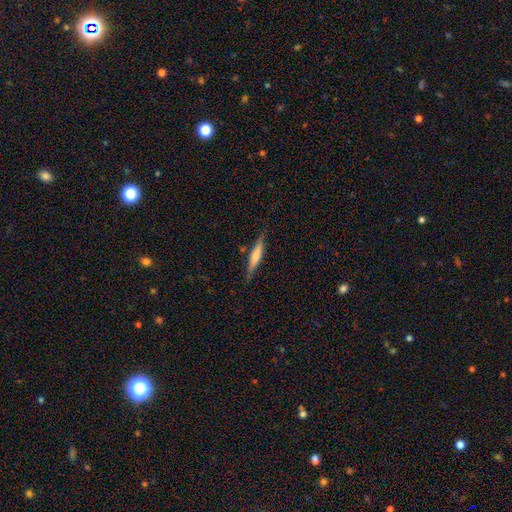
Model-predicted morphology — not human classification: The model was most divided on "smooth or featured": smooth: 51%, featured or disk: 43%, star or artifact: 6%. More confident: how rounded — cigar-shaped (89%); merging — none (84%).